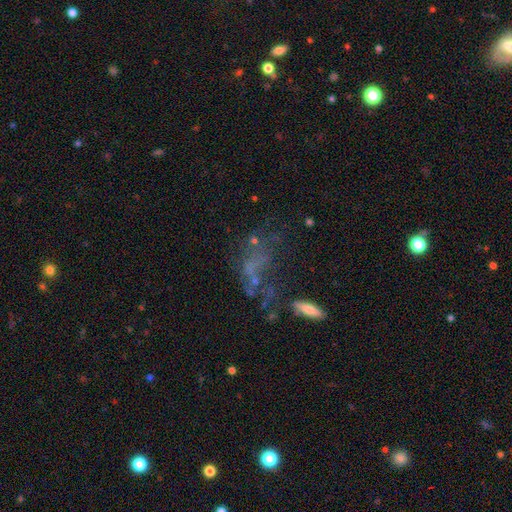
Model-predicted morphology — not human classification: Q: Smooth or featured?
A: featured or disk (42%); runner-up: smooth (30%)
Q: Merging?
A: major disturbance (35%); runner-up: none (34%)